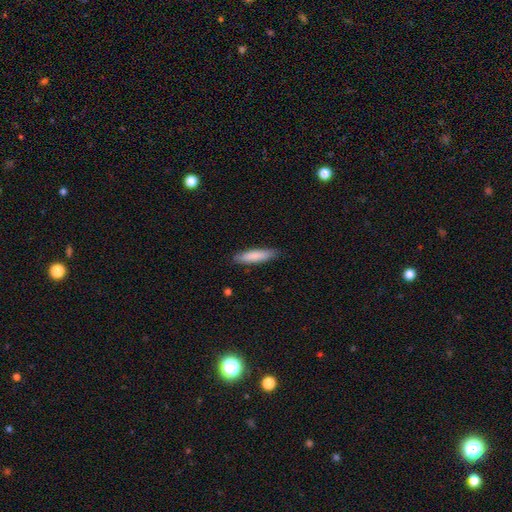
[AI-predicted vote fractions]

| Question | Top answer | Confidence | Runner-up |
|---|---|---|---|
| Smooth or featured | smooth | 83% | featured or disk (12%) |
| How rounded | cigar-shaped | 73% | in between (26%) |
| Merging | none | 84% | minor disturbance (13%) |